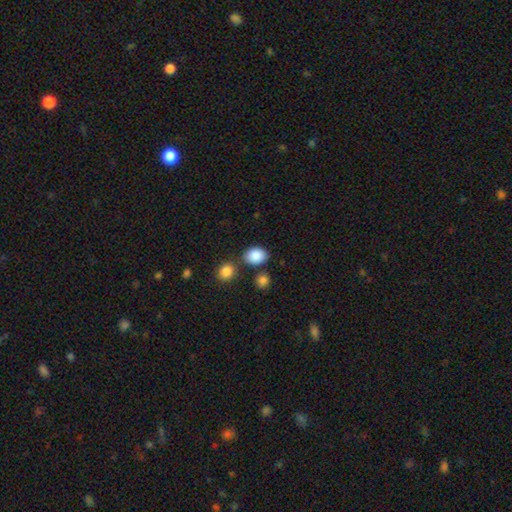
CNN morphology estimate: The model was most divided on "how rounded": in between: 65%, round: 34%, cigar-shaped: 1%. More confident: smooth or featured — smooth (87%); merging — none (71%).